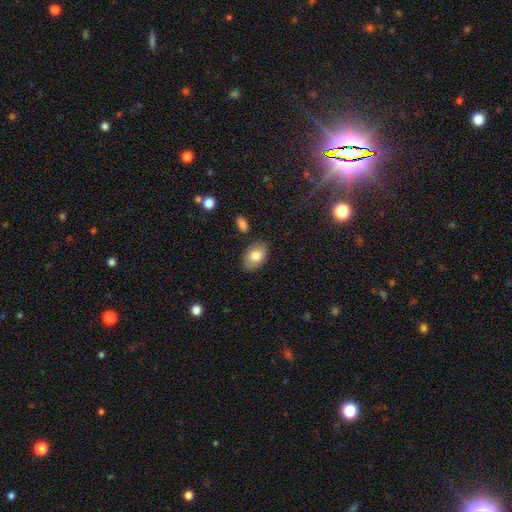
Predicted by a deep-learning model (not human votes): smooth 79%, featured or disk 14%, star or artifact 7%. Down the decision tree: how rounded — in between (85%); merging — none (84%).